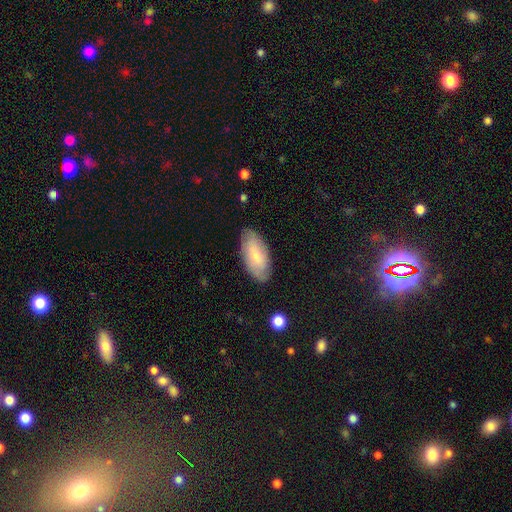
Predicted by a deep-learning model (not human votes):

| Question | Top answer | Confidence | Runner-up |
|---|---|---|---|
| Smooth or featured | smooth | 62% | featured or disk (32%) |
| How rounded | in between | 91% | cigar-shaped (7%) |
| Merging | none | 82% | minor disturbance (14%) |